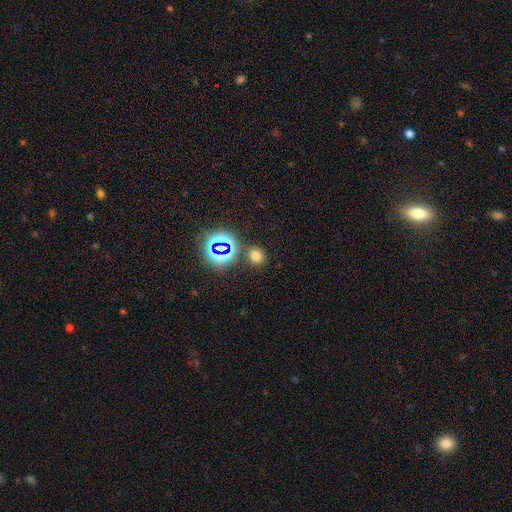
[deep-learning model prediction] Morphology: type=smooth (67%); roundness=round (83%); merging=none (84%).